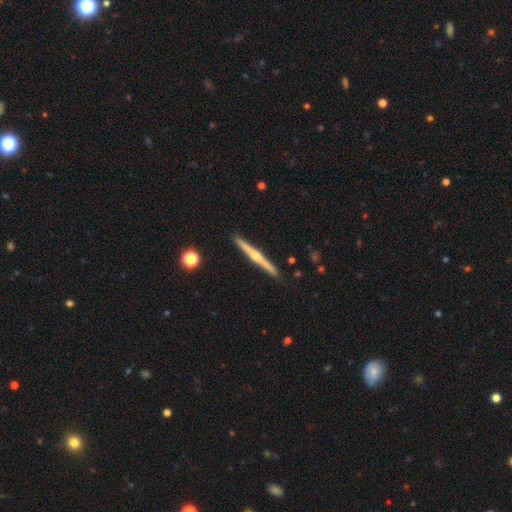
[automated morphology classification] Smooth or featured? featured or disk (75%)
Edge-on disk? yes (99%)
Edge-on bulge? rounded (89%)
Merging? none (92%)